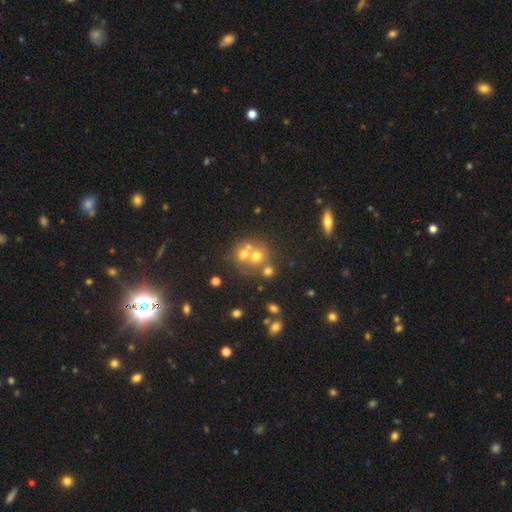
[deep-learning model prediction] smooth-or-featured: smooth: 47% | featured or disk: 32% | star or artifact: 21%
  merging: merger: 48% | none: 38% | minor disturbance: 9% | major disturbance: 5%